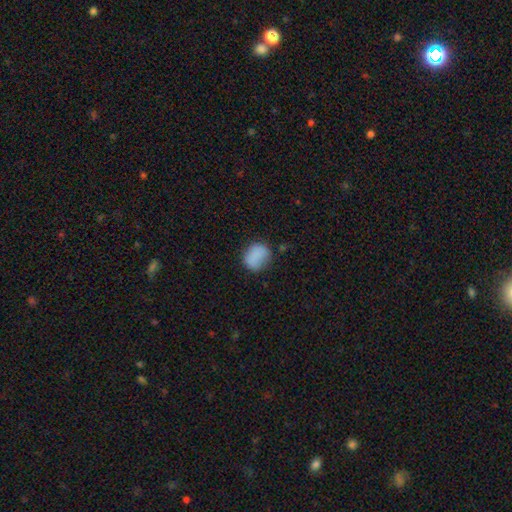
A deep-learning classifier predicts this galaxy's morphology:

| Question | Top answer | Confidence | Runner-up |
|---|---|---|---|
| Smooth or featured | smooth | 83% | star or artifact (9%) |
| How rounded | round | 62% | in between (36%) |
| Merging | none | 64% | minor disturbance (25%) |